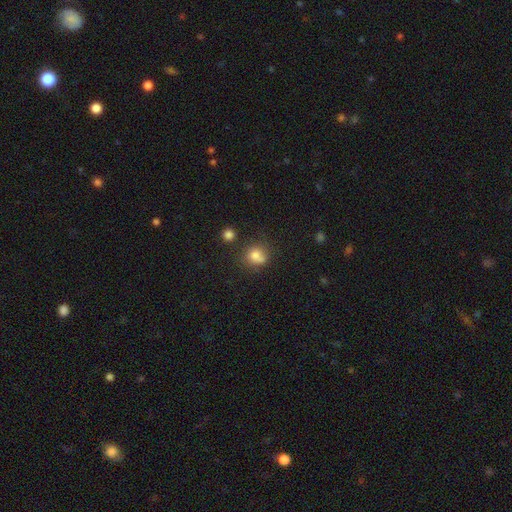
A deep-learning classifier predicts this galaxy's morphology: Smooth or featured: smooth — 75% (star or artifact — 13%)
How rounded: round — 76% (in between — 23%)
Merging: none — 50% (merger — 20%)